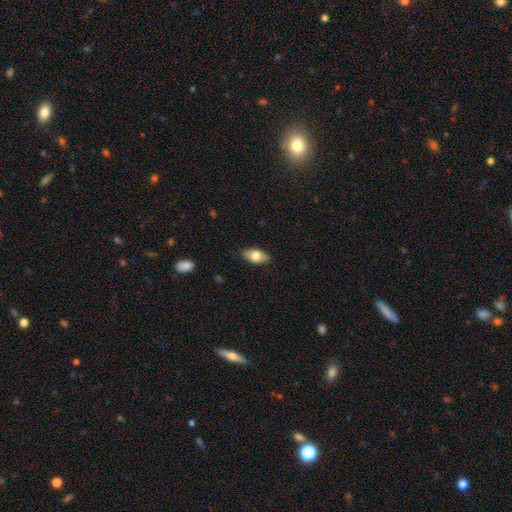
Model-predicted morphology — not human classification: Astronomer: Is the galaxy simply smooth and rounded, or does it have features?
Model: smooth — 75%.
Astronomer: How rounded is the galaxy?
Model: in between — 91%.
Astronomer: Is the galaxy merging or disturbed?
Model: none — 86%.